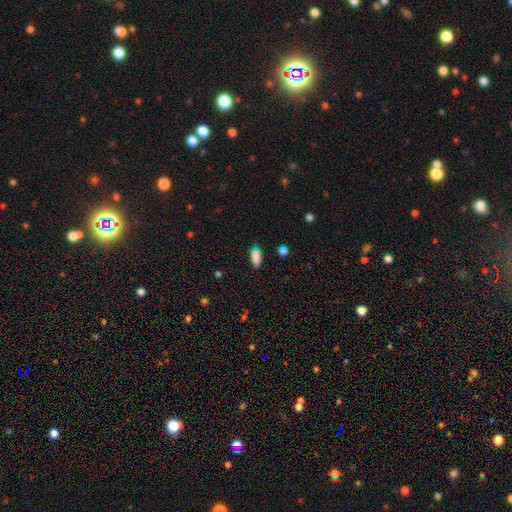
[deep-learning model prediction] This is clearly a smooth galaxy (84%). How rounded: likely in between (78%). Merging: likely none (70%).